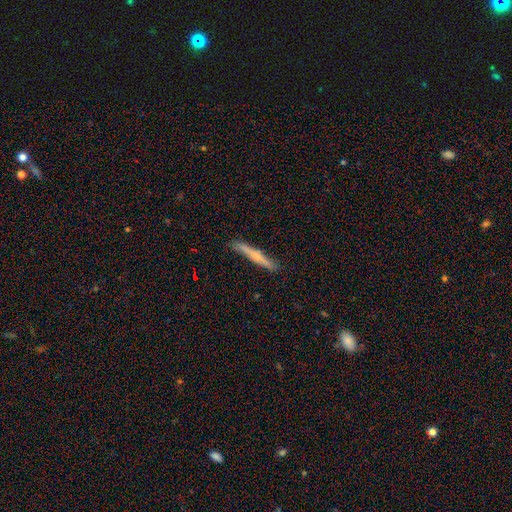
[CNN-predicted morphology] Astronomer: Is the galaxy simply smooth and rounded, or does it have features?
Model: smooth — 52% (runner-up: featured or disk, 41%).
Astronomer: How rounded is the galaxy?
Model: cigar-shaped — 95%.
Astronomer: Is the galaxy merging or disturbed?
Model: none — 85%.